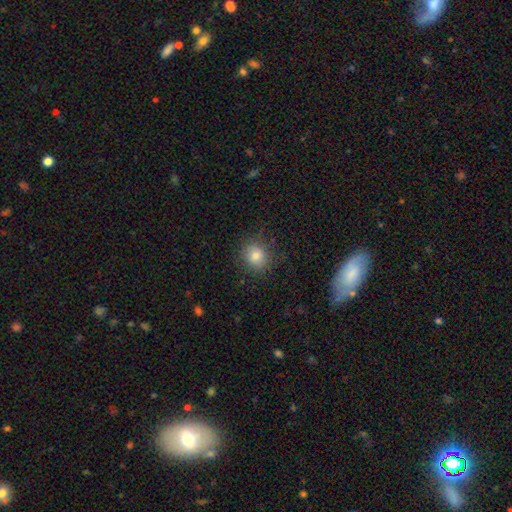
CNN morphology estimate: smooth 81%, star or artifact 11%, featured or disk 7%. Down the decision tree: how rounded — round (84%); merging — none (84%).